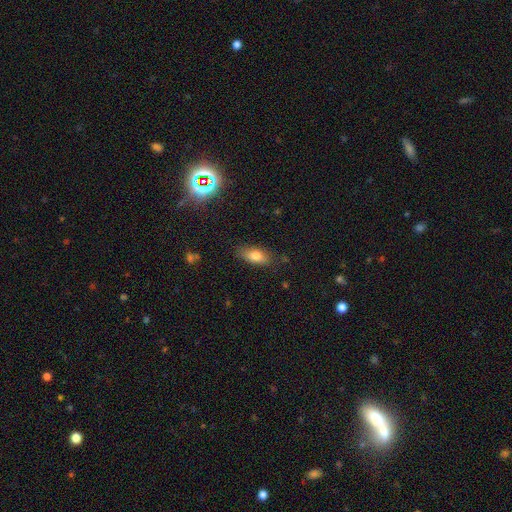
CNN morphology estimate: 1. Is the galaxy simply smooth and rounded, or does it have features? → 78% smooth, 13% featured or disk, 9% star or artifact.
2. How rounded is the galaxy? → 82% in between, 13% cigar-shaped, 5% round.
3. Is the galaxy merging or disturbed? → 80% none, 15% minor disturbance, 3% major disturbance, 2% merger.